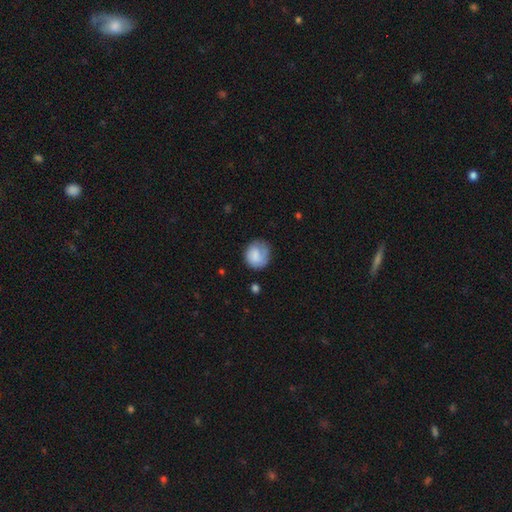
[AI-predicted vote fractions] smooth-or-featured: smooth: 77% | featured or disk: 16% | star or artifact: 7%
  how-rounded: round: 78% | in between: 21% | cigar-shaped: 1%
  merging: none: 61% | minor disturbance: 26% | major disturbance: 12% | merger: 2%